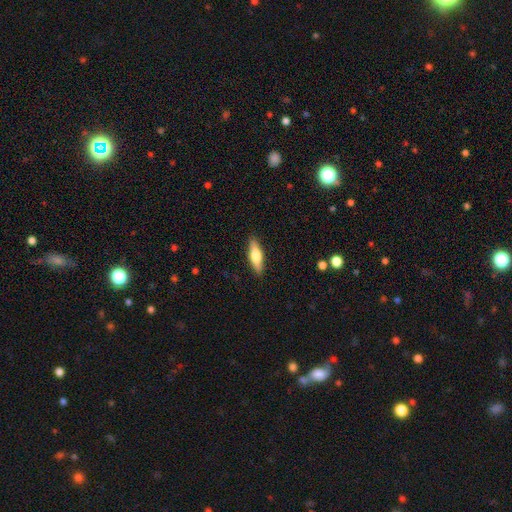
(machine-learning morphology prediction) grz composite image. It shows a smooth galaxy with no disk features (58%) that is cigar-shaped (51%). Merging: none (89%).